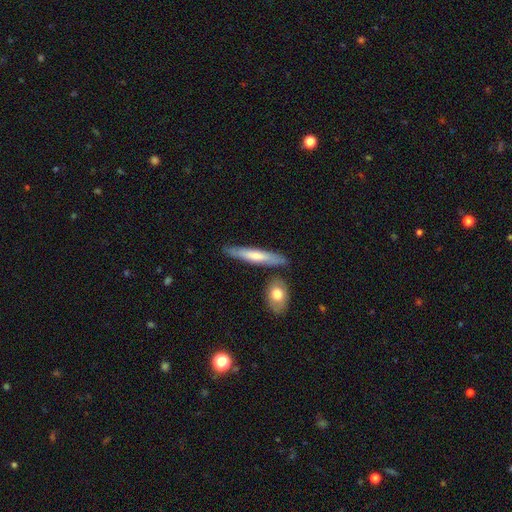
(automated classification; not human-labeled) smooth 58%, featured or disk 37%, star or artifact 5%. Down the decision tree: how rounded — cigar-shaped (88%); merging — none (78%).